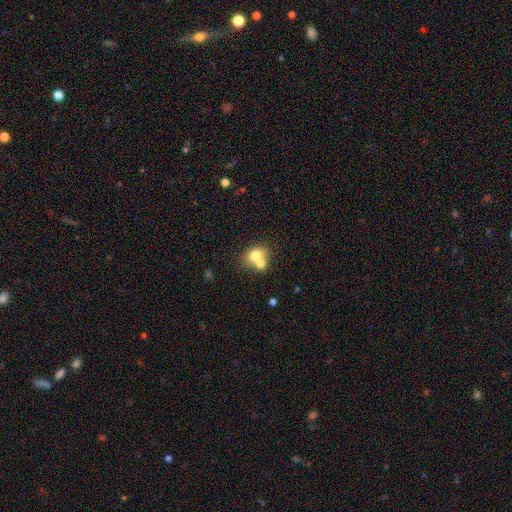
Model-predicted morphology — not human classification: The model was most divided on "how rounded": round: 52%, in between: 47%, cigar-shaped: 1%. More confident: smooth or featured — smooth (70%); merging — merger (58%).